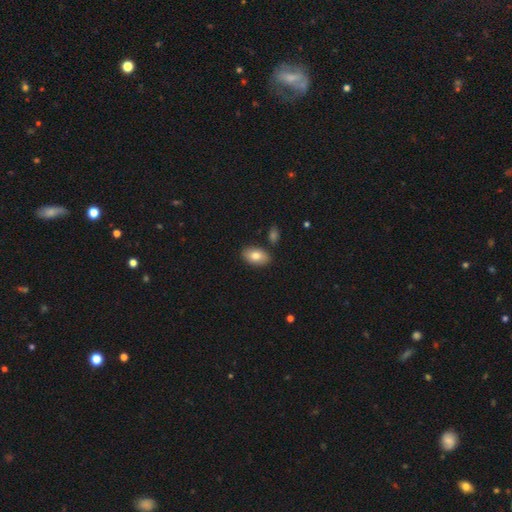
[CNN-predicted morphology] This is clearly a smooth galaxy (80%). How rounded: clearly in between (93%). Merging: clearly none (84%).